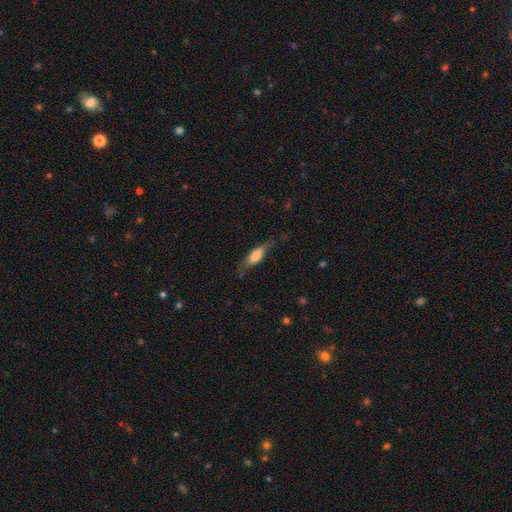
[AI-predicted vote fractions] smooth 55%, featured or disk 38%, star or artifact 7%. Down the decision tree: how rounded — in between (50%); merging — none (64%).